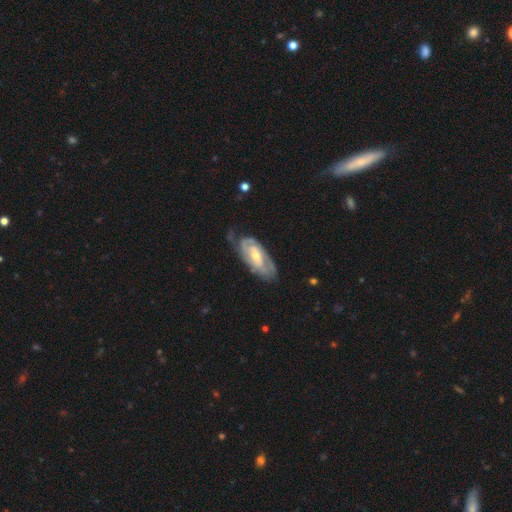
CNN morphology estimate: Overall: featured or disk (78%). Edge-on disk: no (92%). Bar: no (51%; weak 37%). Spiral arms: yes (88%). Spiral arm count: 2 (50%; can't tell 32%). Spiral winding: tight (59%; medium 31%). Bulge size: moderate (52%; small 42%). Merging: none (62%; minor disturbance 25%).